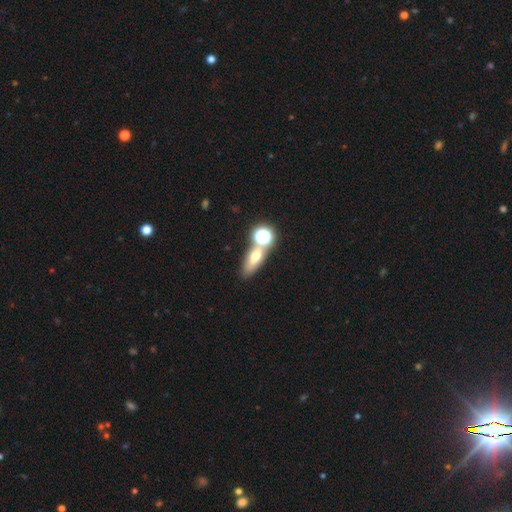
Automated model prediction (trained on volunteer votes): The model was most divided on "merging": none: 53%, merger: 31%, minor disturbance: 11%, major disturbance: 6%. More confident: smooth or featured — smooth (56%); how rounded — in between (53%).